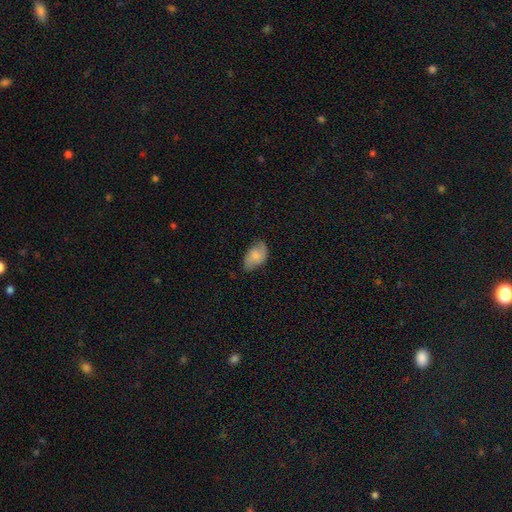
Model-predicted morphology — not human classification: smooth_or_featured: smooth (p=0.68) [alt: featured or disk p=0.25]
how_rounded: in between (p=0.90) [alt: round p=0.08]
merging: none (p=0.63) [alt: minor disturbance p=0.29]